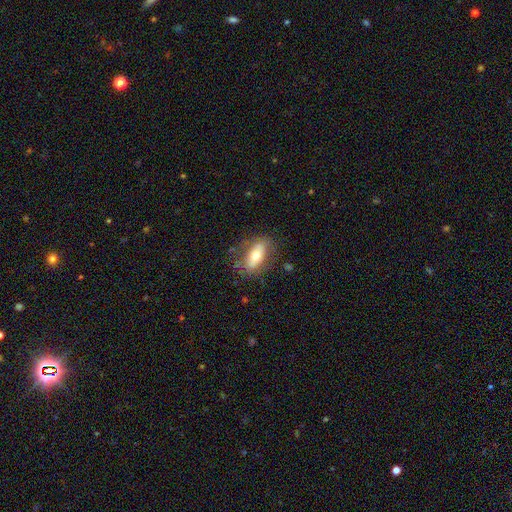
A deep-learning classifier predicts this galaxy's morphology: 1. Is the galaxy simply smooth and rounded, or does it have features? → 60% smooth, 33% featured or disk, 7% star or artifact.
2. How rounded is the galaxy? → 84% in between, 11% cigar-shaped, 5% round.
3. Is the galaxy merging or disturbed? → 75% none, 17% minor disturbance, 7% major disturbance, 2% merger.